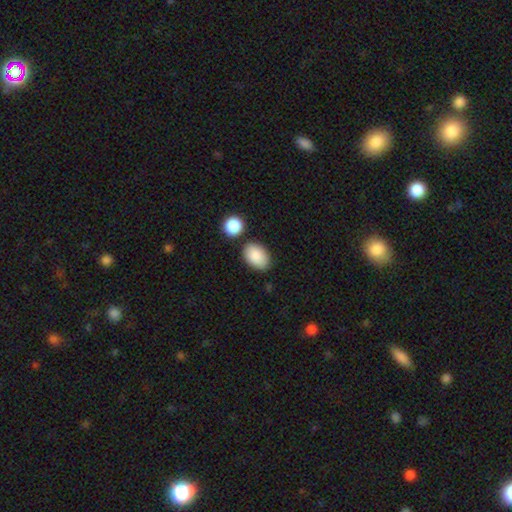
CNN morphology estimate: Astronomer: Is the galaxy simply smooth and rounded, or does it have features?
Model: smooth — 88%.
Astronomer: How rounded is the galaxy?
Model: in between — 89%.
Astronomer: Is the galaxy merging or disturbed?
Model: none — 76%.